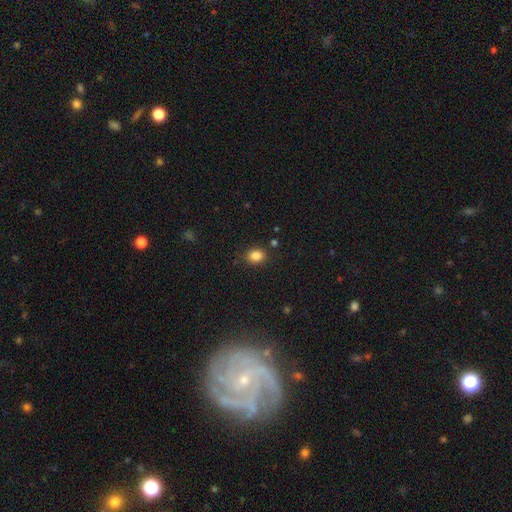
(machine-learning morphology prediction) Q: Smooth or featured?
A: smooth (85%); runner-up: star or artifact (11%)
Q: How rounded?
A: in between (56%); runner-up: round (43%)
Q: Merging?
A: none (83%); runner-up: minor disturbance (11%)